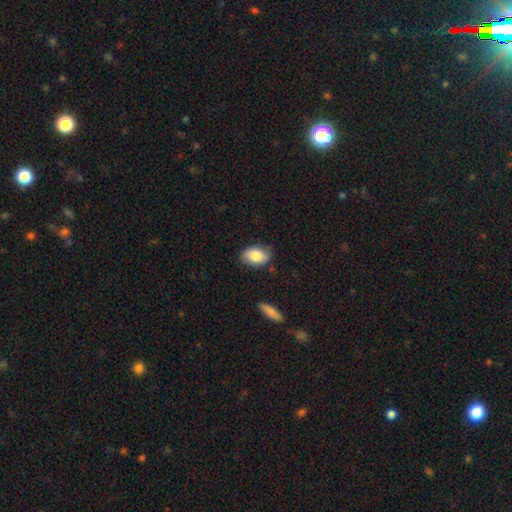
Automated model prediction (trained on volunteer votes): smooth-or-featured: smooth: 82% | featured or disk: 12% | star or artifact: 6%
  how-rounded: in between: 90% | round: 9% | cigar-shaped: 2%
  merging: none: 78% | minor disturbance: 16% | major disturbance: 3% | merger: 2%